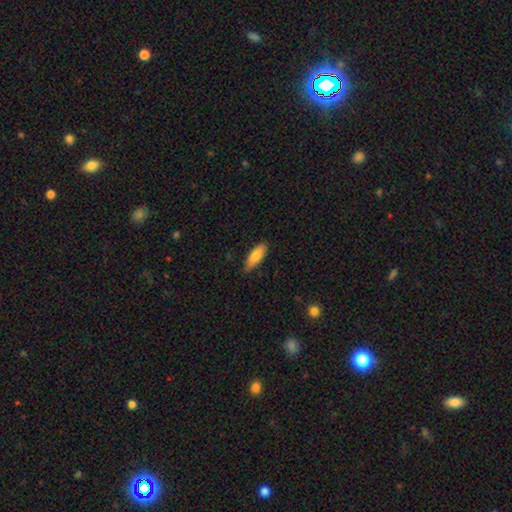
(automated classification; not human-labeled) A smooth galaxy with no disk features (82%) that is in between round and cigar-shaped (65%).

Vote fractions:
- Smooth or featured? smooth: 82% / featured or disk: 12% / star or artifact: 6%
- How rounded? in between: 65% / cigar-shaped: 33% / round: 2%
- Merging? none: 79% / minor disturbance: 17% / major disturbance: 2% / merger: 1%